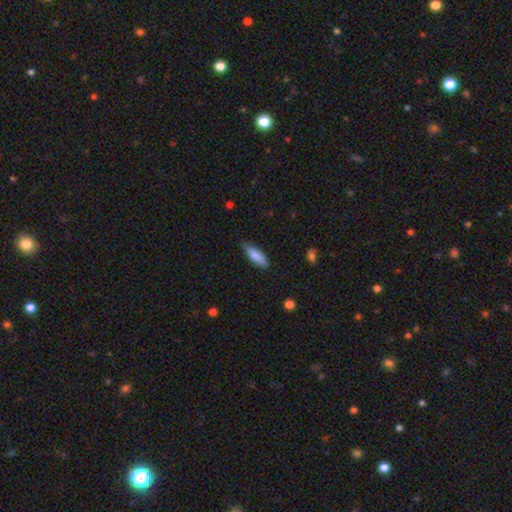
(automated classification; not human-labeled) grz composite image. It shows a smooth galaxy with no disk features (80%) that is cigar-shaped (54%). Merging: none (73%).